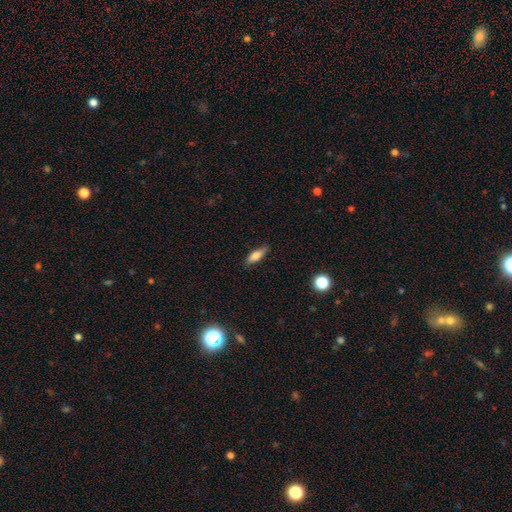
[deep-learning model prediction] Morphology: type=smooth (76%); roundness=in between (54%); merging=none (82%).